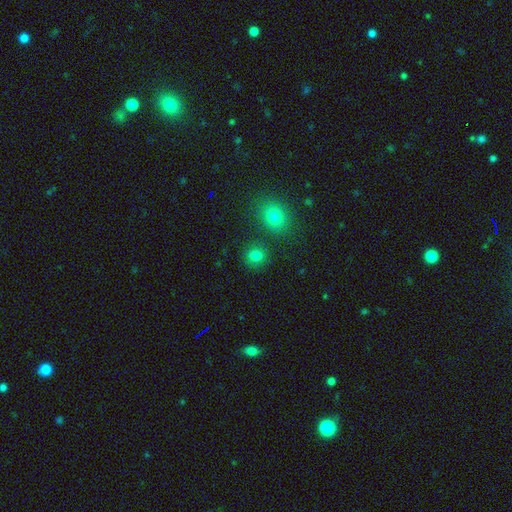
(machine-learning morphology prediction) smooth 81%, star or artifact 14%, featured or disk 5%. Down the decision tree: how rounded — round (80%); merging — none (81%).